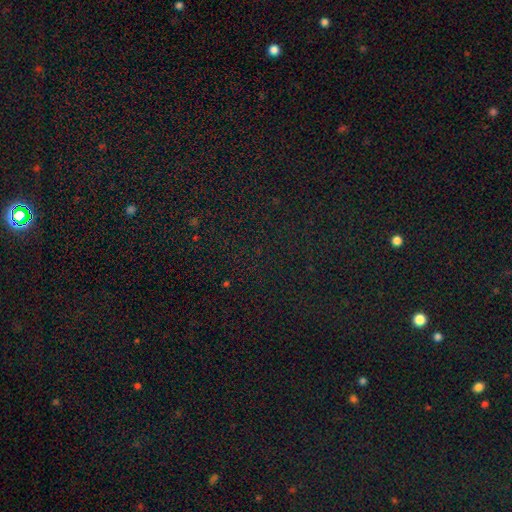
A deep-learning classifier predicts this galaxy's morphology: smooth-or-featured: star or artifact: 79% | smooth: 14% | featured or disk: 8%